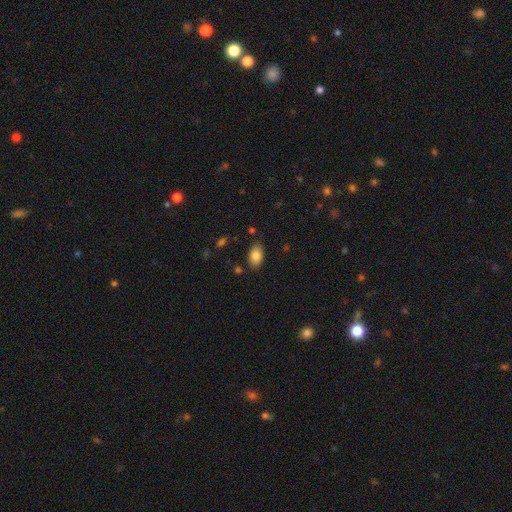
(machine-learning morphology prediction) Smooth or featured?
  - smooth: 86% *
  - star or artifact: 8%
  - featured or disk: 6%
How rounded?
  - in between: 89% *
  - round: 9%
  - cigar-shaped: 1%
Merging?
  - none: 82% *
  - minor disturbance: 13%
  - major disturbance: 3%
  - merger: 2%